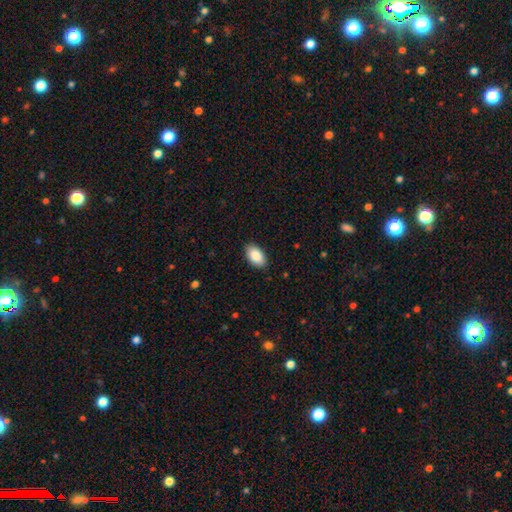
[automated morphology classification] The model was most divided on "merging": none: 88%, minor disturbance: 9%, major disturbance: 2%, merger: 1%. More confident: how rounded — in between (95%); smooth or featured — smooth (89%).